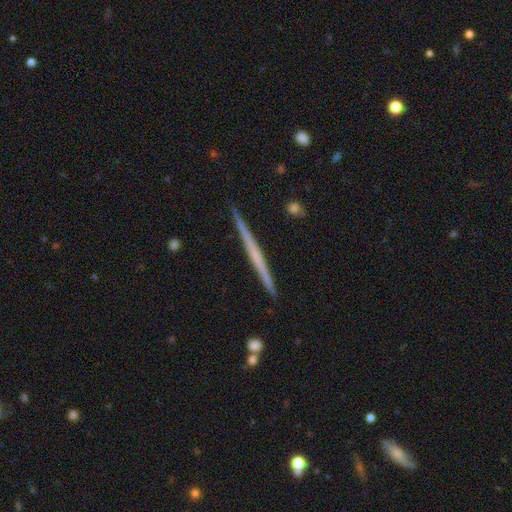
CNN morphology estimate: This is likely a featured or disk galaxy (65%). It is clearly viewed edge-on (98%). Edge-on bulge: clearly none (80%). Merging: clearly none (92%).